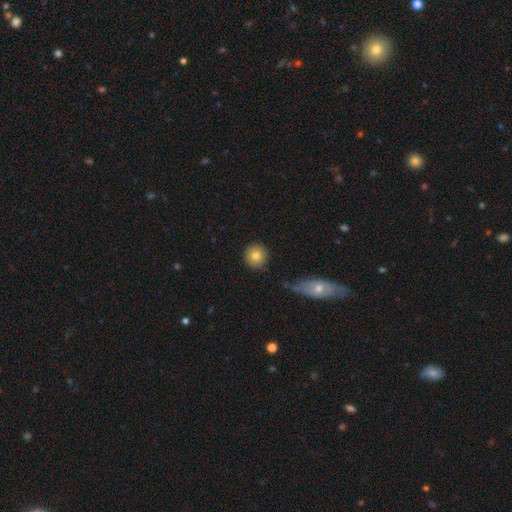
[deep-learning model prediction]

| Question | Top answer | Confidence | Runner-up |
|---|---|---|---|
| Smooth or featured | smooth | 81% | featured or disk (11%) |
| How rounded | round | 95% | in between (4%) |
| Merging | none | 87% | minor disturbance (8%) |